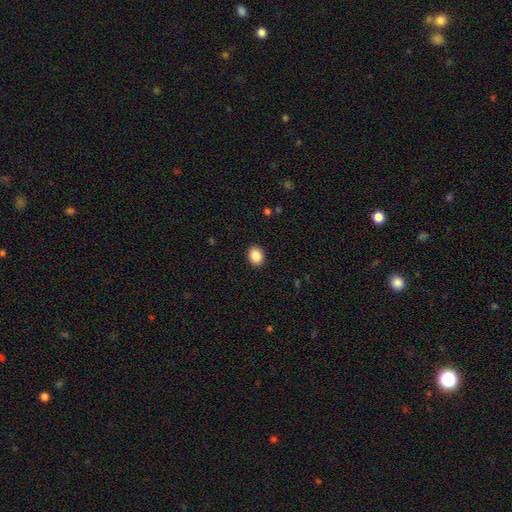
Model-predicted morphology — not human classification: smooth_or_featured: smooth (p=0.88) [alt: star or artifact p=0.08]
how_rounded: in between (p=0.53) [alt: round p=0.47]
merging: none (p=0.91) [alt: minor disturbance p=0.06]